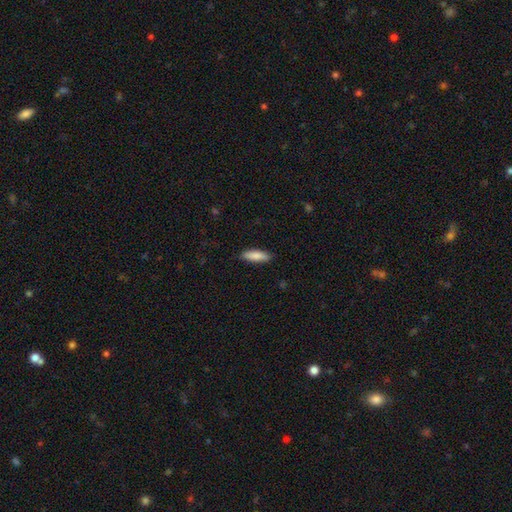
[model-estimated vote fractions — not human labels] Smooth or featured: smooth — 85% (featured or disk — 10%)
How rounded: cigar-shaped — 50% (in between — 49%)
Merging: none — 88% (minor disturbance — 9%)